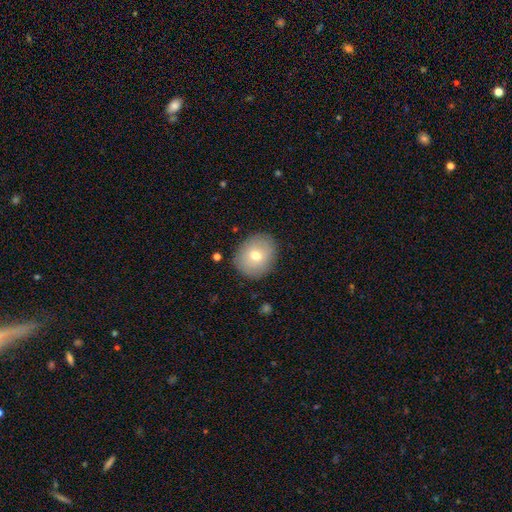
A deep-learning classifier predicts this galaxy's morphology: This is likely a smooth galaxy (67%). How rounded: likely round (66%). Merging: clearly none (86%).